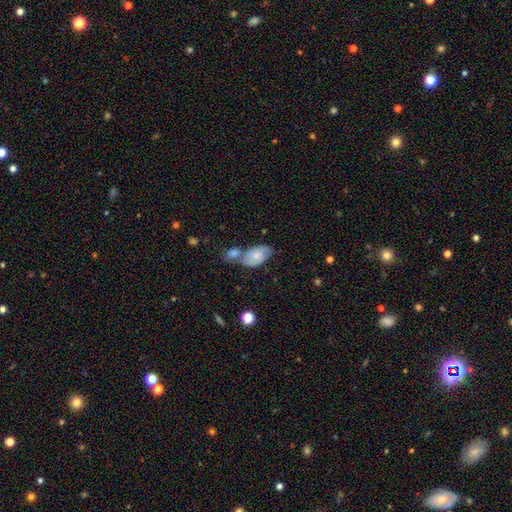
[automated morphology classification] Overall: smooth (64%; featured or disk 30%). How rounded: in between (92%). Merging: merger (43%; none 35%).